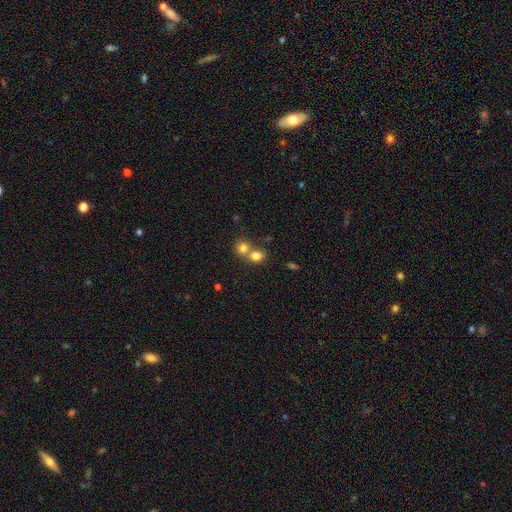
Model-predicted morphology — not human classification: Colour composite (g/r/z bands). It shows a smooth galaxy with no disk features (78%) that is round (69%). Merging: merger (56%).